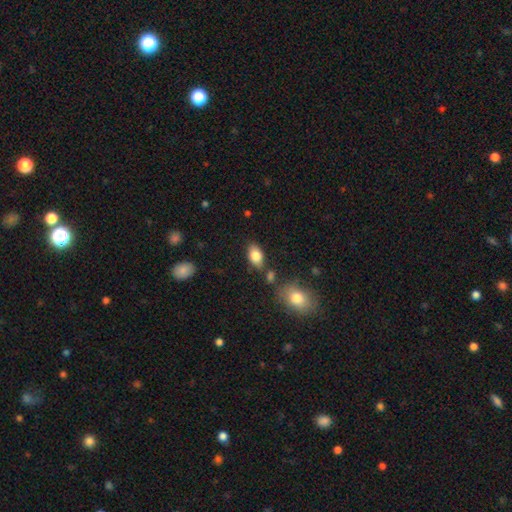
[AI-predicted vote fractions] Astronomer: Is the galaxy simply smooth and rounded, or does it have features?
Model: smooth — 82%.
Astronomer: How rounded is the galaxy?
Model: in between — 90%.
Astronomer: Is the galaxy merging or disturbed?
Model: none — 75%.